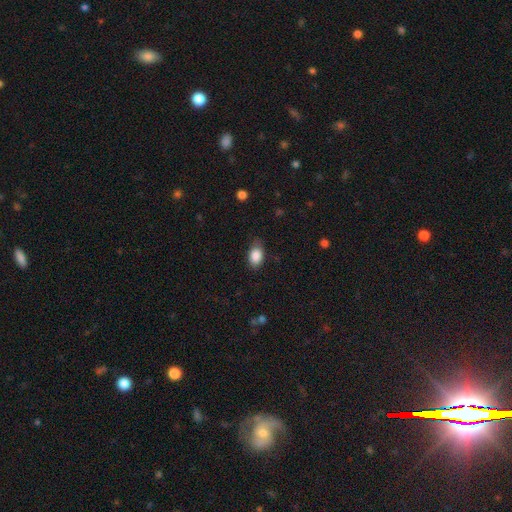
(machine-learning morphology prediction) smooth 87%, star or artifact 7%, featured or disk 5%. Down the decision tree: how rounded — in between (87%); merging — none (74%).